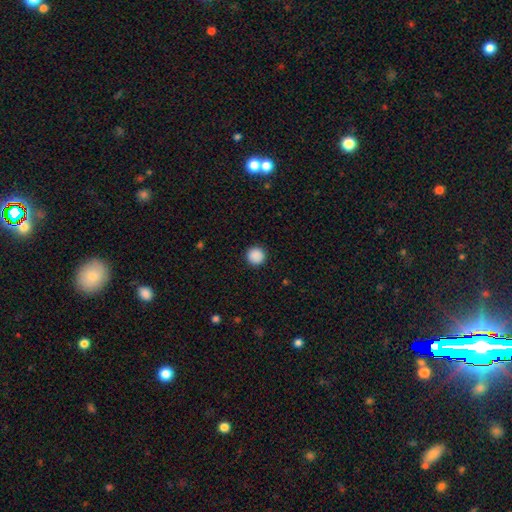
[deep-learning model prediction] This appears to be a smooth galaxy with no disk features (89%) that is round (96%). Merging: none (92%).